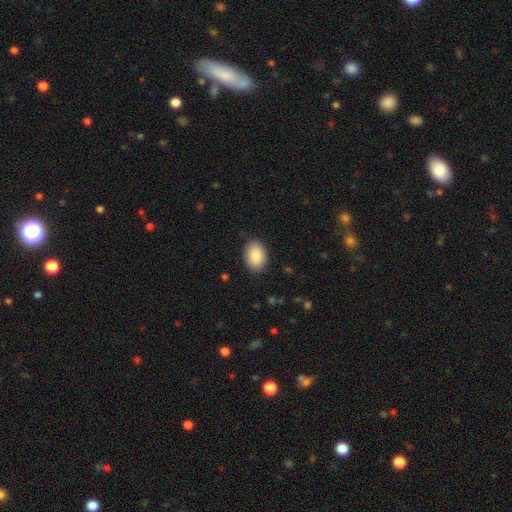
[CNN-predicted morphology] A smooth galaxy with no disk features (87%) that is in between round and cigar-shaped (84%).

Vote fractions:
- Smooth or featured? smooth: 87% / star or artifact: 7% / featured or disk: 6%
- How rounded? in between: 84% / round: 15% / cigar-shaped: 1%
- Merging? none: 87% / minor disturbance: 9% / major disturbance: 2% / merger: 1%